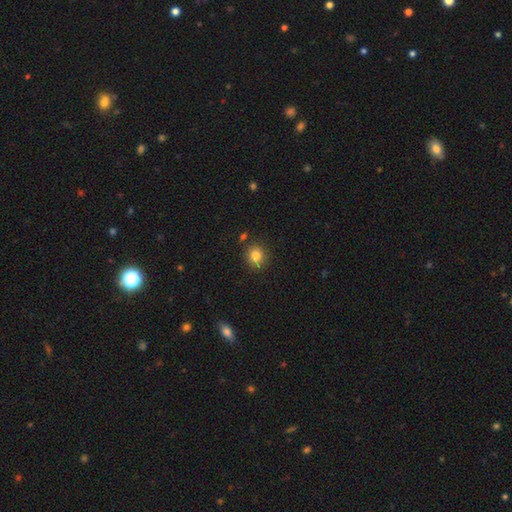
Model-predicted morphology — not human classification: The model was most divided on "how rounded": round: 80%, in between: 19%, cigar-shaped: 1%. More confident: merging — none (85%); smooth or featured — smooth (83%).